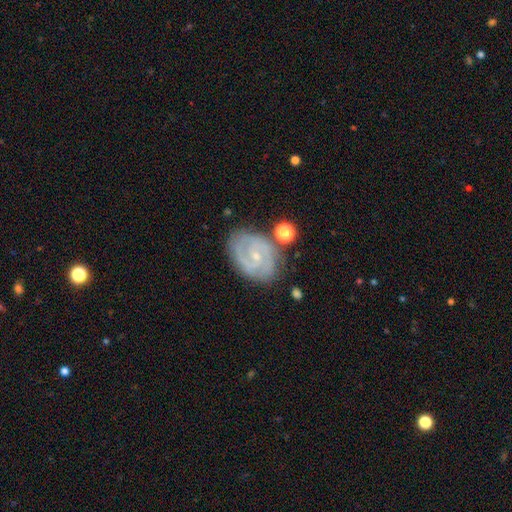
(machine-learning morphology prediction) This is clearly a featured or disk galaxy (83%). It is clearly not viewed edge-on (97%). Bar: possibly no (54%). Spiral arm pattern: clearly yes (94%). Spiral arm count: possibly 2 (60%). Spiral winding: possibly tight (56%). Central bulge: likely small (78%). Merging: likely none (74%).